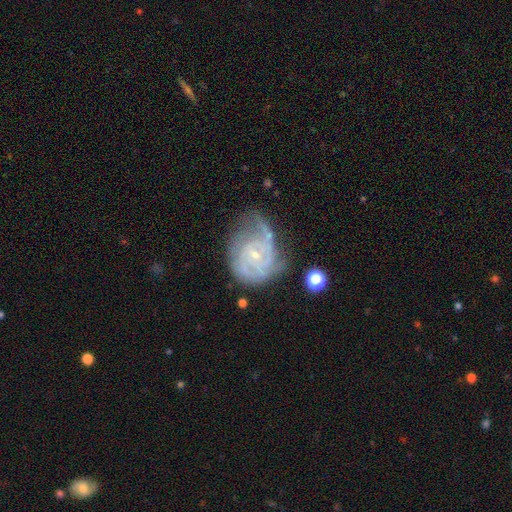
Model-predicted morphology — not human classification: Smooth or featured? featured or disk (86%)
Edge-on disk? no (98%)
Bar? no (61%)
Spiral arms? yes (96%)
Spiral winding? tight (64%)
Spiral arm count? 3 (27%, tied with 2)
Bulge size? small (78%)
Merging? none (49%)